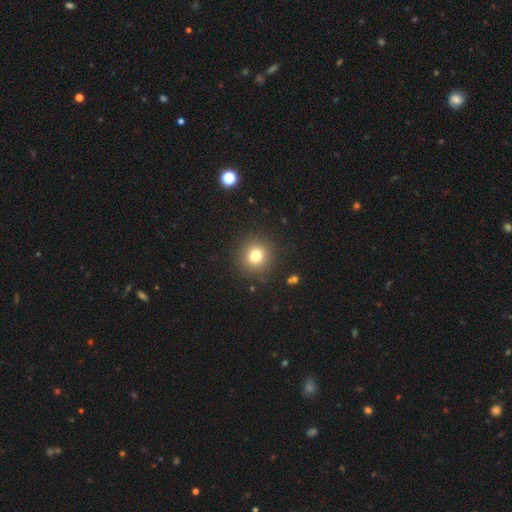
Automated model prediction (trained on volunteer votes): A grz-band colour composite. It shows a smooth galaxy with no disk features (78%) that is round (93%). Merging: none (90%).